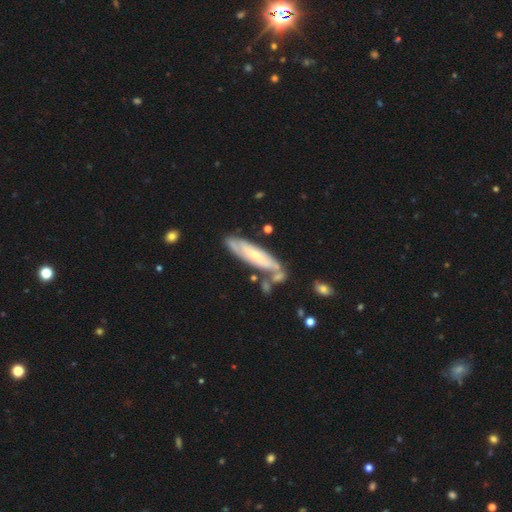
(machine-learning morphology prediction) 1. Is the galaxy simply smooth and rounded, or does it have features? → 58% featured or disk, 36% smooth, 6% star or artifact.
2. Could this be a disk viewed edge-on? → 61% no, 39% yes.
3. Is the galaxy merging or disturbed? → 62% none, 19% minor disturbance, 14% merger, 6% major disturbance.